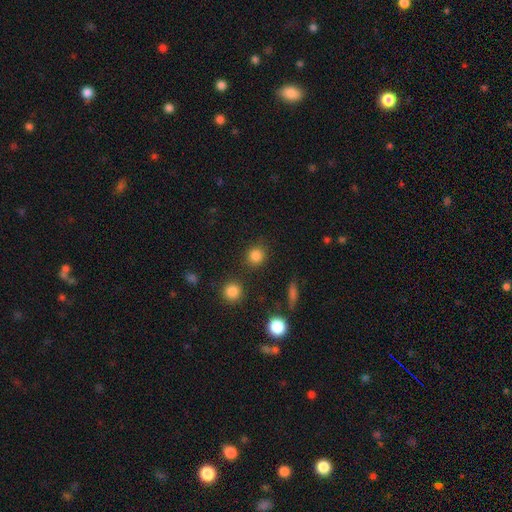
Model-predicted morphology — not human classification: Smooth or featured: smooth — 83% (star or artifact — 13%)
How rounded: round — 88% (in between — 11%)
Merging: none — 83% (minor disturbance — 8%)